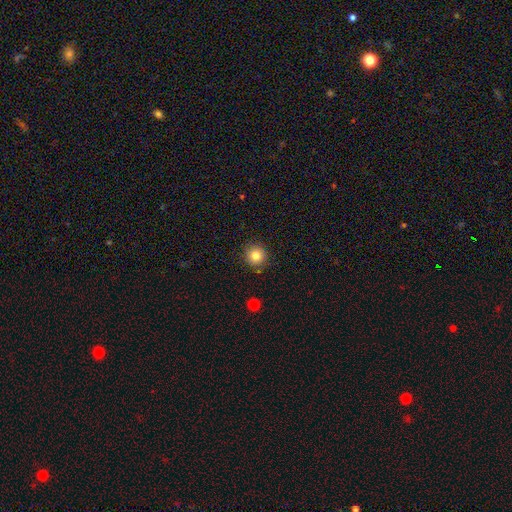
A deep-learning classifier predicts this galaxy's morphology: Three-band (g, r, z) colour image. It shows a smooth galaxy with no disk features (82%) that is round (94%). Merging: none (88%).